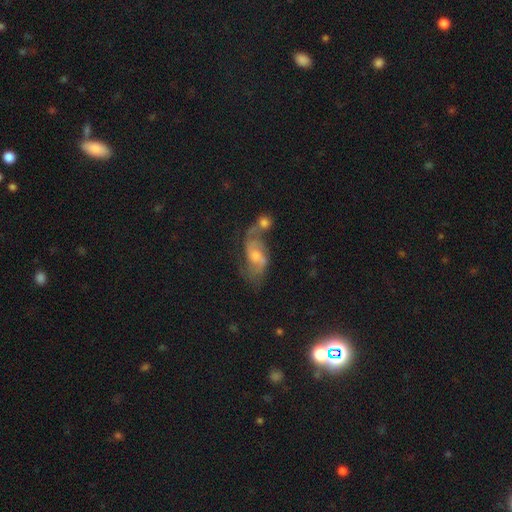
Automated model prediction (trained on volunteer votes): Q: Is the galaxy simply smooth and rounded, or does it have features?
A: featured or disk — 71%.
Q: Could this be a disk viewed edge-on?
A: no — 94%.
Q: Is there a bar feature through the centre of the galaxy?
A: weak — 49%.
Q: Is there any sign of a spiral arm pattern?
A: yes — 90%.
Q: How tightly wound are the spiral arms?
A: loose — 44%.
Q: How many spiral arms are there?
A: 2 — 83%.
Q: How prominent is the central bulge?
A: moderate — 46%.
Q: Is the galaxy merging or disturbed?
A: none — 45%.